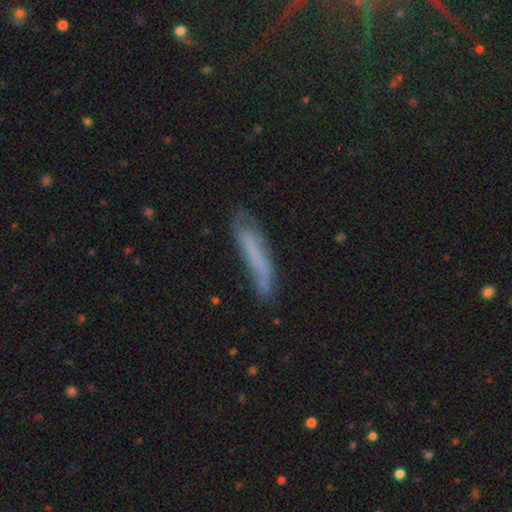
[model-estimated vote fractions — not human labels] smooth_or_featured: smooth (p=0.50) [alt: featured or disk p=0.38]
how_rounded: cigar-shaped (p=0.86) [alt: in between p=0.12]
merging: none (p=0.59) [alt: minor disturbance p=0.27]